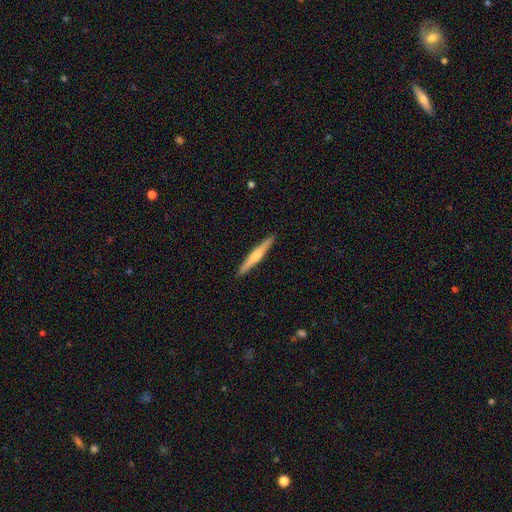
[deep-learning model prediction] A featured or disk galaxy (54%) viewed edge-on (98%) with a rounded central bulge (74%). Merging: none (92%).